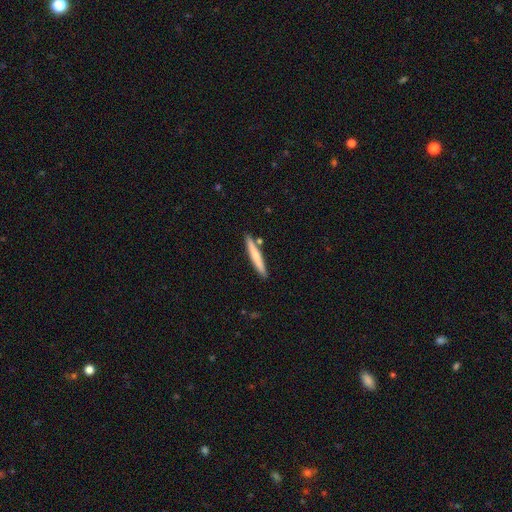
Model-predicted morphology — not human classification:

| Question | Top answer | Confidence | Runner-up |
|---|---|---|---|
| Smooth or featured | smooth | 66% | featured or disk (29%) |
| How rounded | cigar-shaped | 95% | in between (3%) |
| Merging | none | 86% | minor disturbance (8%) |